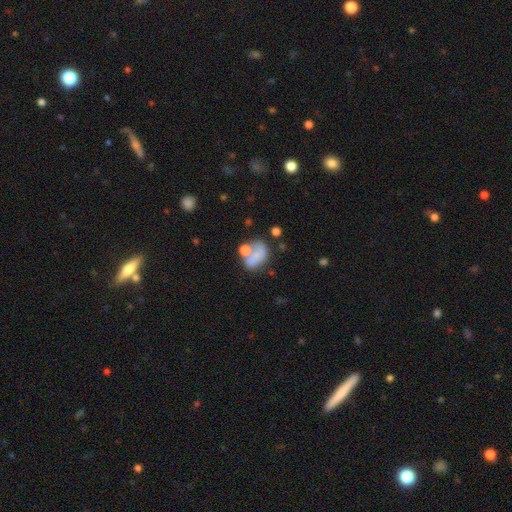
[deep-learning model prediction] Smooth or featured?
  - smooth: 64% *
  - featured or disk: 25%
  - star or artifact: 12%
How rounded?
  - in between: 68% *
  - round: 30%
  - cigar-shaped: 1%
Merging?
  - none: 33% *
  - merger: 28%
  - minor disturbance: 20%
  - major disturbance: 18%